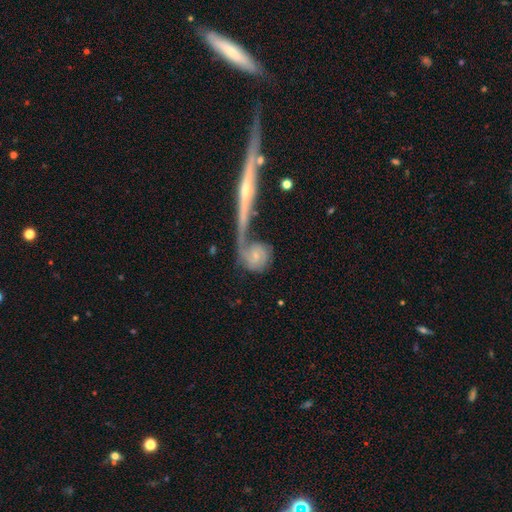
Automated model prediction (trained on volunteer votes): smooth_or_featured: featured or disk (p=0.68) [alt: smooth p=0.25]
disk_edge_on: no (p=0.90) [alt: yes p=0.10]
bar: no (p=0.59) [alt: weak p=0.31]
has_spiral_arms: yes (p=0.84) [alt: no p=0.16]
spiral_winding: tight (p=0.46) [alt: medium p=0.35]
spiral_arm_count: 2 (p=0.50) [alt: can't tell p=0.22]
bulge_size: small (p=0.58) [alt: moderate p=0.25]
merging: none (p=0.39) [alt: merger p=0.35]